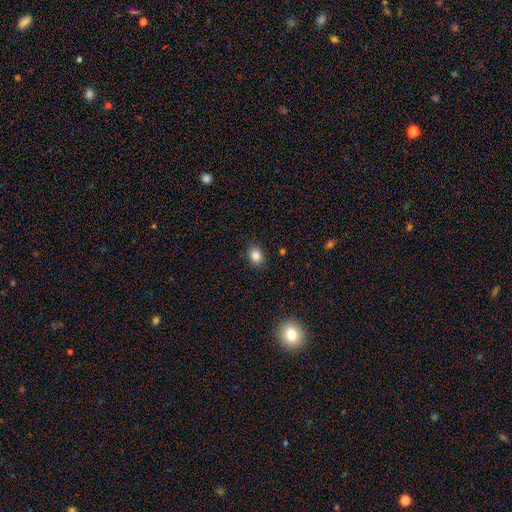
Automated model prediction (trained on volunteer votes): This appears to be a smooth galaxy with no disk features (84%) that is in between round and cigar-shaped (53%). Merging: none (87%).